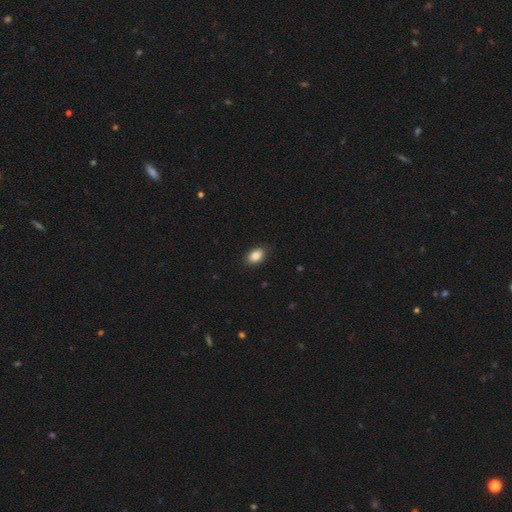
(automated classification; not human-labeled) smooth-or-featured: smooth: 88% | star or artifact: 8% | featured or disk: 5%
  how-rounded: in between: 88% | round: 10% | cigar-shaped: 2%
  merging: none: 86% | minor disturbance: 11% | major disturbance: 2% | merger: 1%